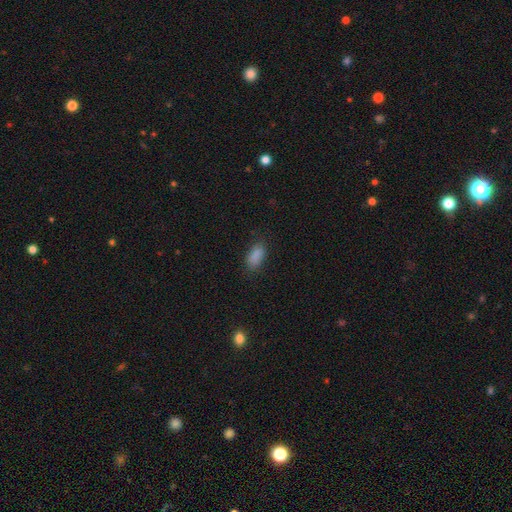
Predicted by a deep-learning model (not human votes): This is clearly a smooth galaxy (87%). How rounded: clearly in between (90%). Merging: likely none (79%).